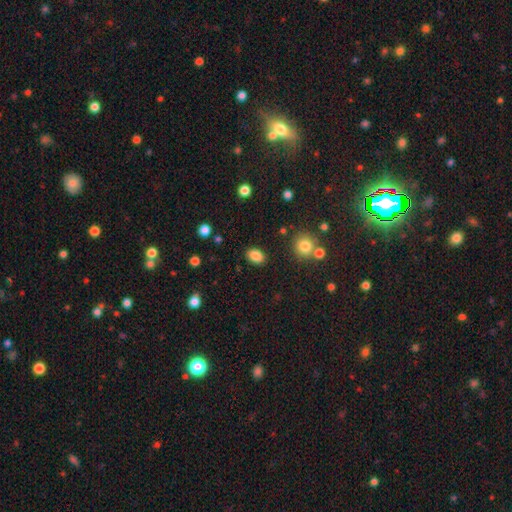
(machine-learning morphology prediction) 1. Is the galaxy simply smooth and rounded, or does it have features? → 85% smooth, 10% star or artifact, 5% featured or disk.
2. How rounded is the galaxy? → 79% in between, 20% round, 1% cigar-shaped.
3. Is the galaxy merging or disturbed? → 87% none, 8% minor disturbance, 3% major disturbance, 2% merger.